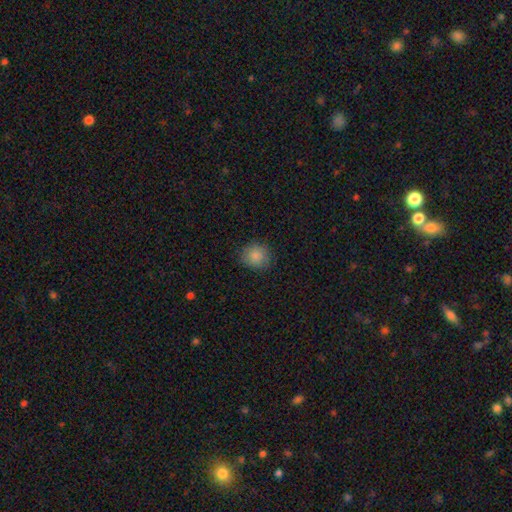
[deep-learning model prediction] The model was most divided on "how rounded": round: 85%, in between: 14%, cigar-shaped: 1%. More confident: smooth or featured — smooth (86%); merging — none (84%).